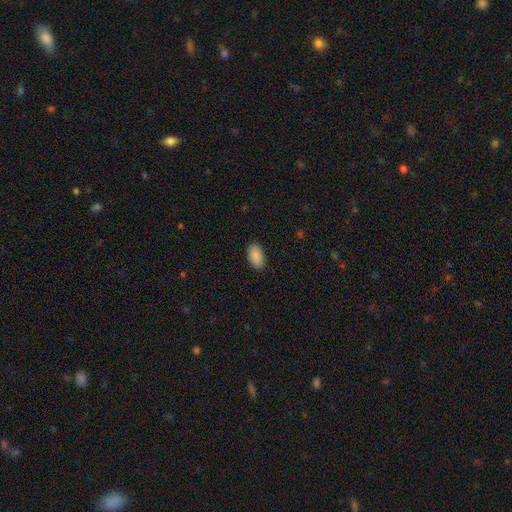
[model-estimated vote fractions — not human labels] Q: Smooth or featured?
A: smooth (90%); runner-up: star or artifact (7%)
Q: How rounded?
A: in between (95%); runner-up: round (3%)
Q: Merging?
A: none (89%); runner-up: minor disturbance (8%)